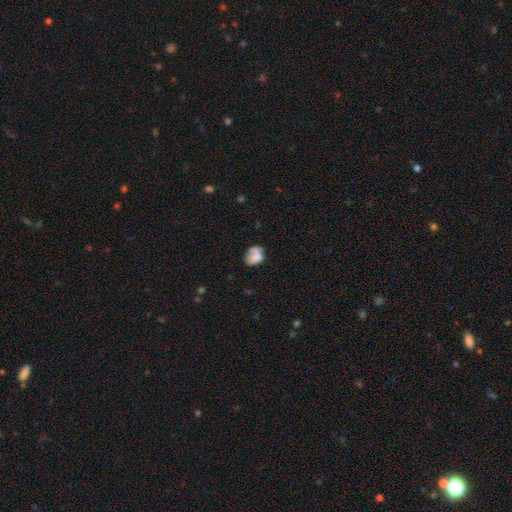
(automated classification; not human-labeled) smooth 72%, featured or disk 19%, star or artifact 9%. Down the decision tree: how rounded — in between (60%); merging — none (43%).